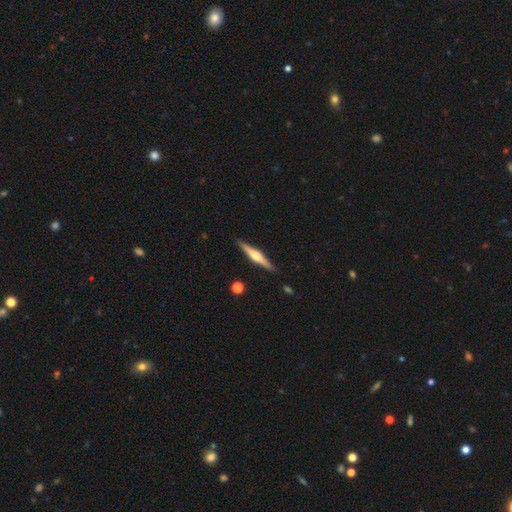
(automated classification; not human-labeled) smooth_or_featured: featured or disk (p=0.71) [alt: smooth p=0.23]
disk_edge_on: yes (p=0.98) [alt: no p=0.02]
edge_on_bulge: rounded (p=0.89) [alt: boxy p=0.07]
merging: none (p=0.90) [alt: minor disturbance p=0.07]